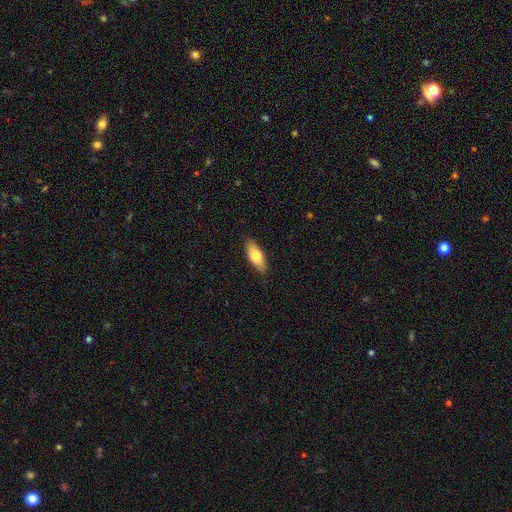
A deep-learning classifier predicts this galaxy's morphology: Overall: smooth (76%). How rounded: in between (73%). Merging: none (88%).